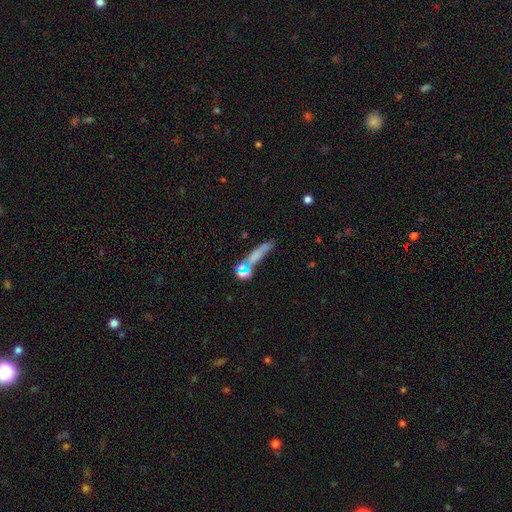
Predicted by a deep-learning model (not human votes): Smooth or featured?
  - smooth: 60% *
  - featured or disk: 26%
  - star or artifact: 15%
How rounded?
  - cigar-shaped: 78% *
  - in between: 14%
  - round: 8%
Merging?
  - none: 51% *
  - merger: 21%
  - minor disturbance: 17%
  - major disturbance: 12%